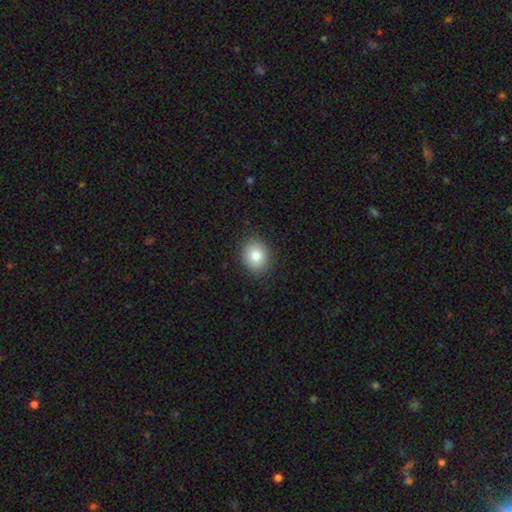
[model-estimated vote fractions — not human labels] This appears to be a smooth galaxy with no disk features (82%) that is round (60%). Merging: none (88%).